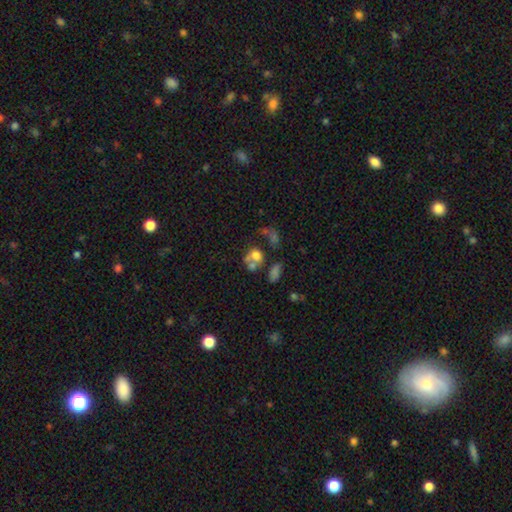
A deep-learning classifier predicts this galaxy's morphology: smooth_or_featured: smooth (p=0.62) [alt: featured or disk p=0.24]
how_rounded: round (p=0.55) [alt: in between p=0.44]
merging: merger (p=0.48) [alt: none p=0.26]